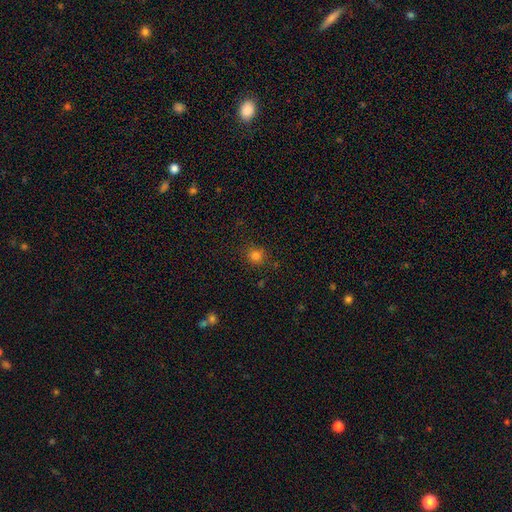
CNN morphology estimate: A smooth galaxy with no disk features (79%) that is round (87%). Merging: none (85%).